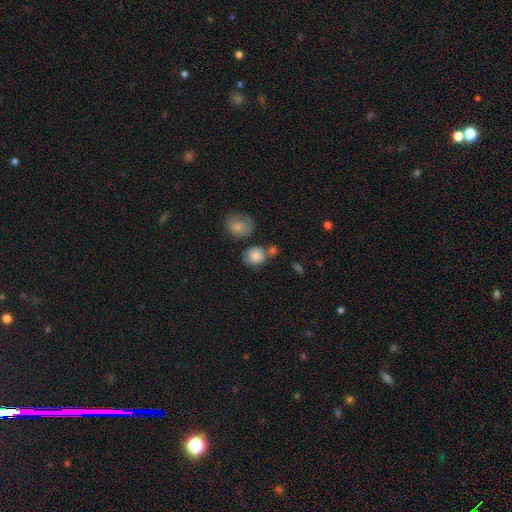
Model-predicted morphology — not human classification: The model was most divided on "merging": none: 57%, merger: 20%, minor disturbance: 18%, major disturbance: 6%. More confident: smooth or featured — smooth (83%); how rounded — round (72%).